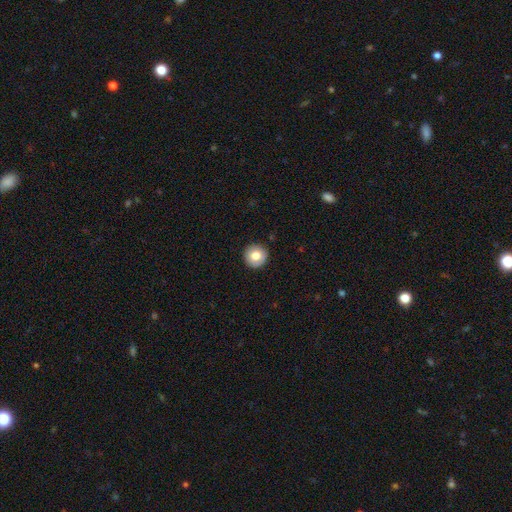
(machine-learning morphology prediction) The model was most divided on "smooth or featured": smooth: 80%, featured or disk: 12%, star or artifact: 8%. More confident: how rounded — round (96%); merging — none (92%).